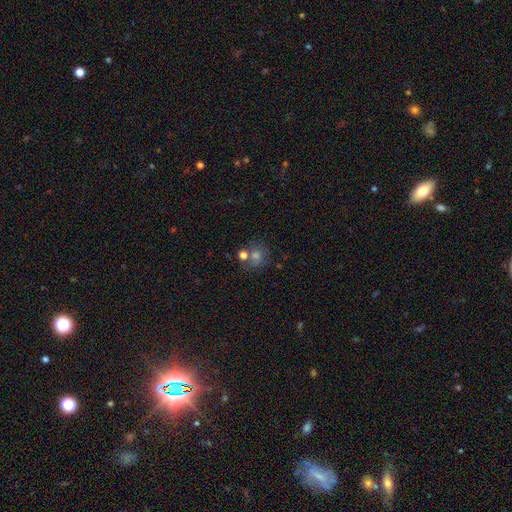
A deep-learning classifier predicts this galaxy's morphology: smooth 56%, star or artifact 24%, featured or disk 20%. Down the decision tree: how rounded — round (81%); merging — none (57%).